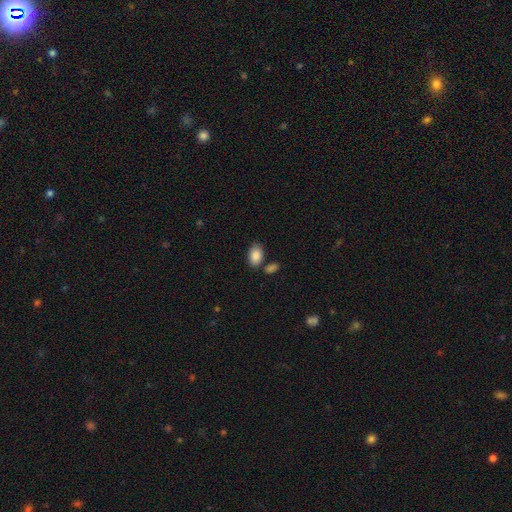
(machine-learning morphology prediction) smooth_or_featured: smooth (p=0.88) [alt: star or artifact p=0.07]
how_rounded: in between (p=0.92) [alt: round p=0.07]
merging: none (p=0.73) [alt: minor disturbance p=0.13]